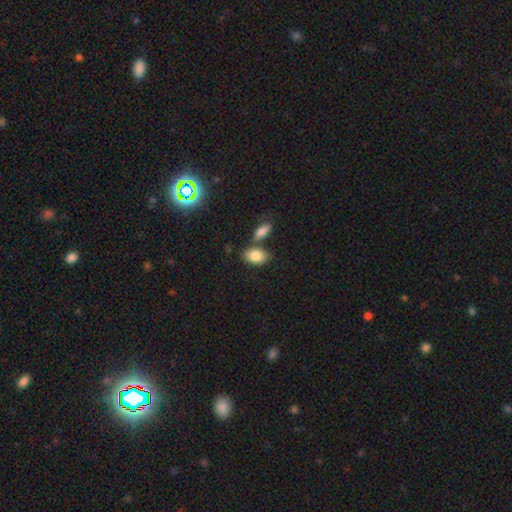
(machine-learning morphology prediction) Smooth or featured?
  - smooth: 83% *
  - featured or disk: 9%
  - star or artifact: 8%
How rounded?
  - in between: 90% *
  - round: 8%
  - cigar-shaped: 2%
Merging?
  - none: 60% *
  - merger: 24%
  - minor disturbance: 13%
  - major disturbance: 4%